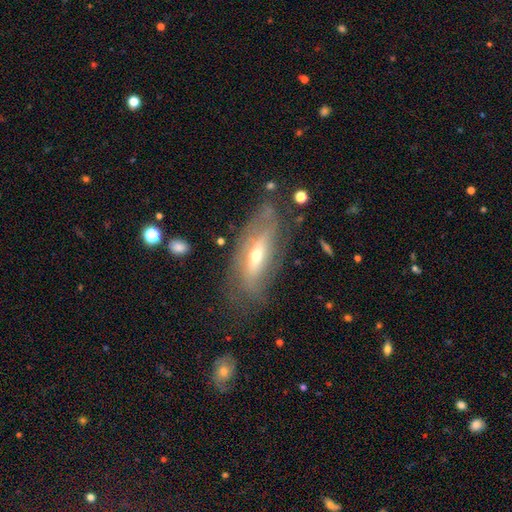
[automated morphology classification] Q: Smooth or featured?
A: featured or disk (63%); runner-up: smooth (29%)
Q: Edge-on disk?
A: no (66%); runner-up: yes (34%)
Q: Merging?
A: none (61%); runner-up: minor disturbance (24%)